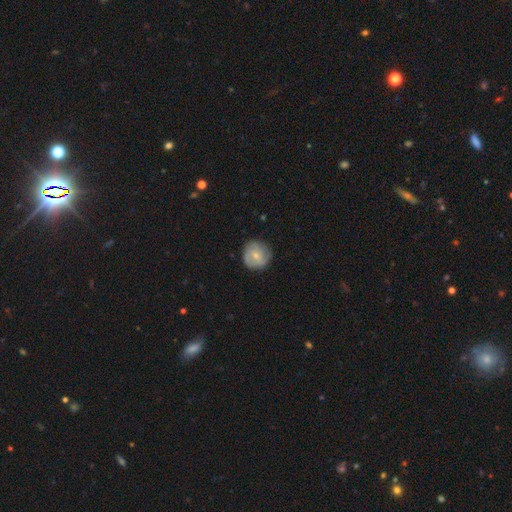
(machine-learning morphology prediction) smooth_or_featured: smooth (p=0.55) [alt: featured or disk p=0.38]
how_rounded: round (p=0.92) [alt: in between p=0.07]
merging: none (p=0.80) [alt: minor disturbance p=0.15]